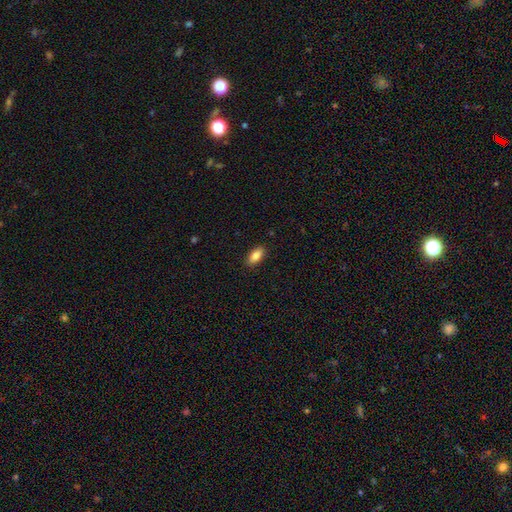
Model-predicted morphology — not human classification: smooth-or-featured: smooth: 86% | star or artifact: 7% | featured or disk: 7%
  how-rounded: in between: 89% | cigar-shaped: 8% | round: 3%
  merging: none: 89% | minor disturbance: 8% | major disturbance: 2% | merger: 1%